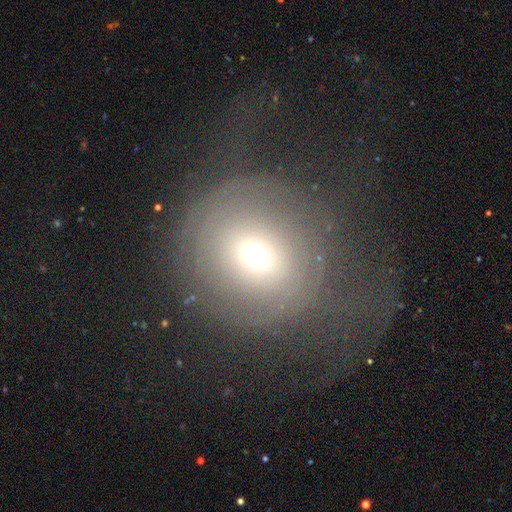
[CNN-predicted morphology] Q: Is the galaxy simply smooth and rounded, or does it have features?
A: smooth — 52%.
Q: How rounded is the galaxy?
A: round — 88%.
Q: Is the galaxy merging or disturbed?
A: major disturbance — 42%.